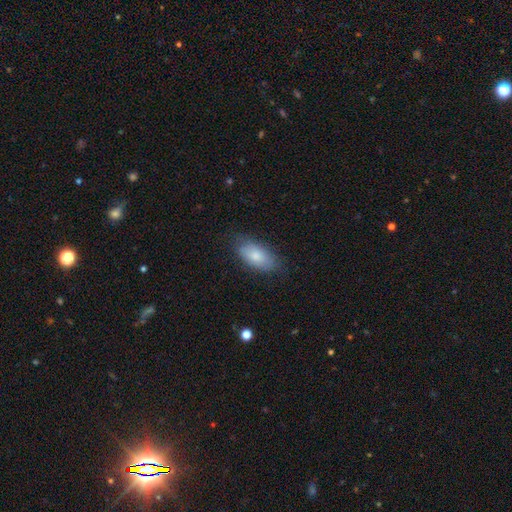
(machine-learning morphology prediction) A smooth galaxy with no disk features (80%) that is in between round and cigar-shaped (92%). Merging: none (75%).